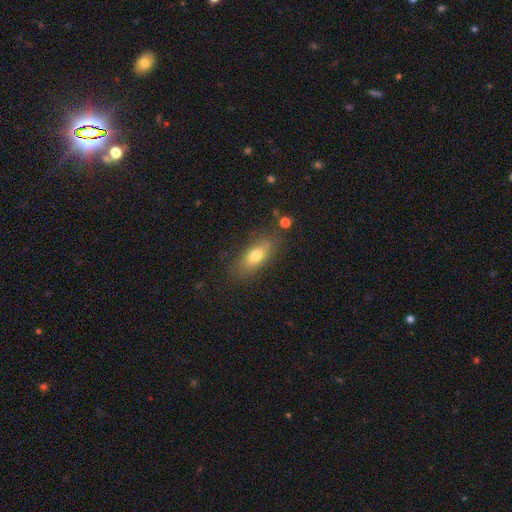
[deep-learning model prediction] This is likely a smooth galaxy (71%). How rounded: likely in between (77%). Merging: likely none (77%).